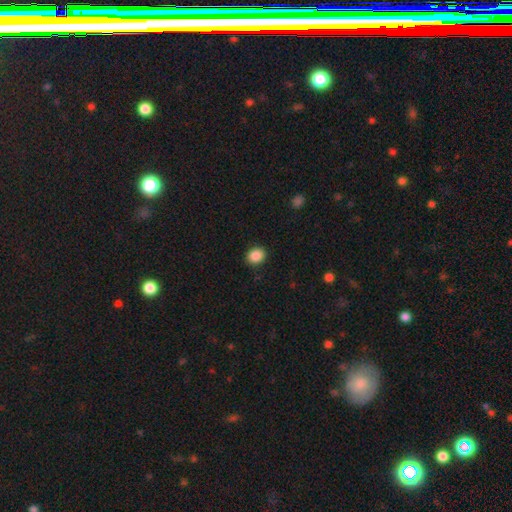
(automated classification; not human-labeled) Smooth or featured? Predicted: smooth (p=0.88). How rounded? Predicted: round (p=0.53). Merging? Predicted: none (p=0.90).